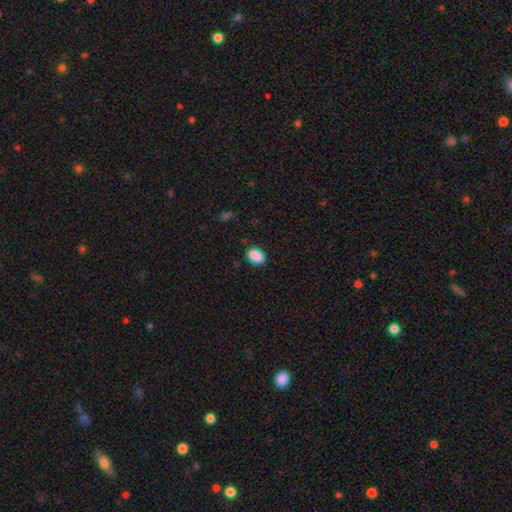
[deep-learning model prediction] Smooth or featured?
  - smooth: 89% *
  - star or artifact: 8%
  - featured or disk: 3%
How rounded?
  - in between: 82% *
  - round: 17%
  - cigar-shaped: 1%
Merging?
  - none: 87% *
  - minor disturbance: 10%
  - major disturbance: 2%
  - merger: 1%